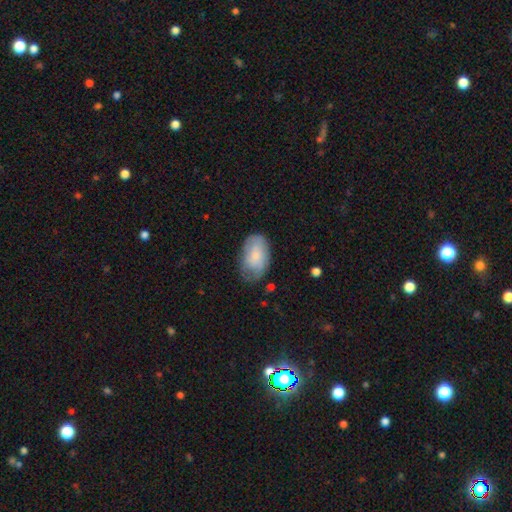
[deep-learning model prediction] A smooth galaxy with no disk features (66%) that is in between round and cigar-shaped (92%).

Vote fractions:
- Smooth or featured? smooth: 66% / featured or disk: 27% / star or artifact: 7%
- How rounded? in between: 92% / round: 7% / cigar-shaped: 1%
- Merging? none: 61% / minor disturbance: 29% / major disturbance: 9% / merger: 2%